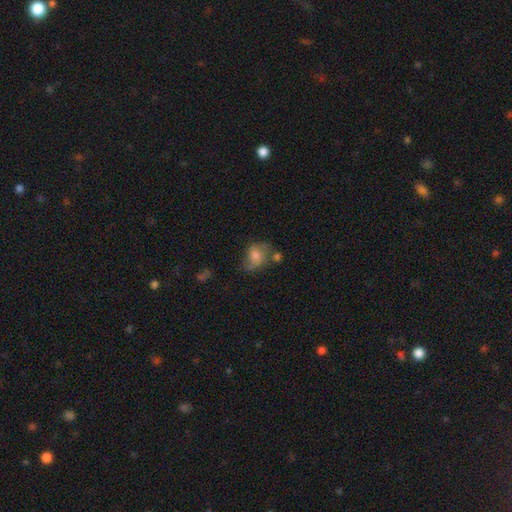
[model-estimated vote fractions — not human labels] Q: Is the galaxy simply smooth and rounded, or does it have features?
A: smooth — 61%.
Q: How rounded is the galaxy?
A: in between — 60%.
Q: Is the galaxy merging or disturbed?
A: none — 44%.